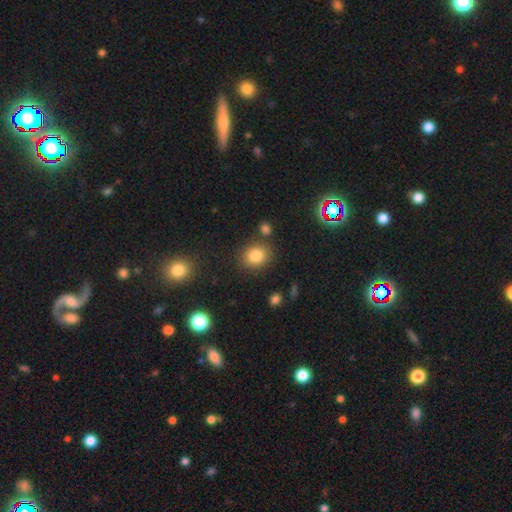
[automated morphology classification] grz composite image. It shows a smooth galaxy with no disk features (83%) that is round (67%). Merging: none (79%).